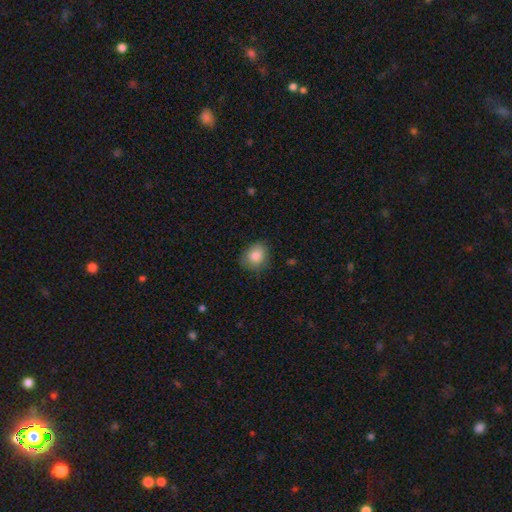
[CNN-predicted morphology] This is clearly a smooth galaxy (84%). How rounded: possibly round (57%). Merging: likely none (73%).